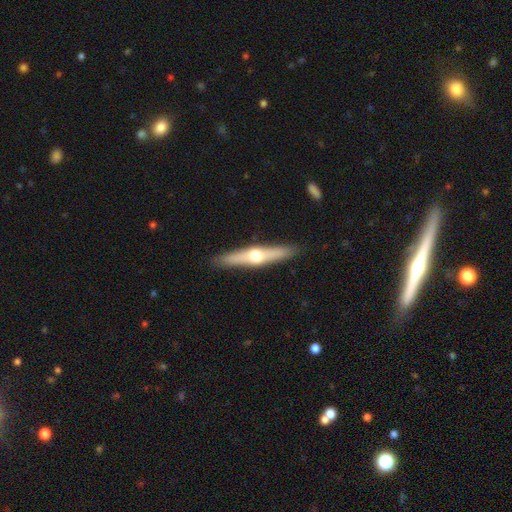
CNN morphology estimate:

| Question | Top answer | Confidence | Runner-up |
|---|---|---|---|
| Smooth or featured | featured or disk | 63% | smooth (32%) |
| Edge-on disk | yes | 95% | no (5%) |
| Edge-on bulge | rounded | 95% | none (3%) |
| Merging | none | 90% | minor disturbance (7%) |